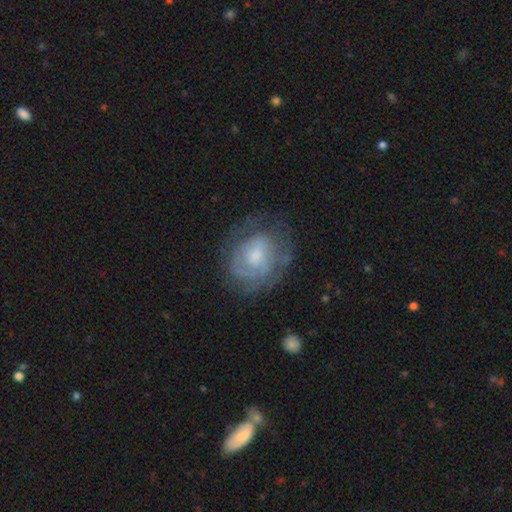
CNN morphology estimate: featured or disk 67%, smooth 26%, star or artifact 7%. Down the decision tree: edge-on disk — no (97%); bar — no (61%); spiral arms — yes (74%); bulge size — moderate (49%); merging — none (63%).